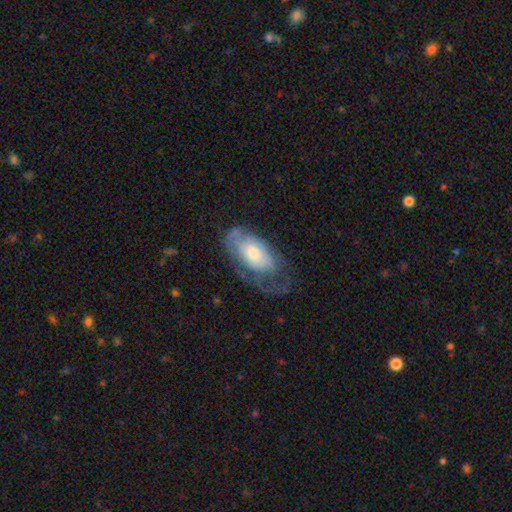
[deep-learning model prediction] smooth-or-featured: featured or disk: 54% | smooth: 40% | star or artifact: 6%
  disk-edge-on: no: 91% | yes: 9%
  merging: none: 42% | major disturbance: 30% | minor disturbance: 27% | merger: 2%